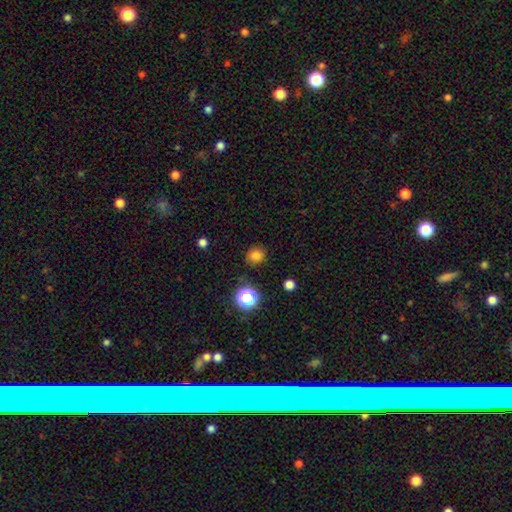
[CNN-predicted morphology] Q: Smooth or featured?
A: smooth (80%); runner-up: star or artifact (15%)
Q: How rounded?
A: round (84%); runner-up: in between (15%)
Q: Merging?
A: none (86%); runner-up: minor disturbance (9%)